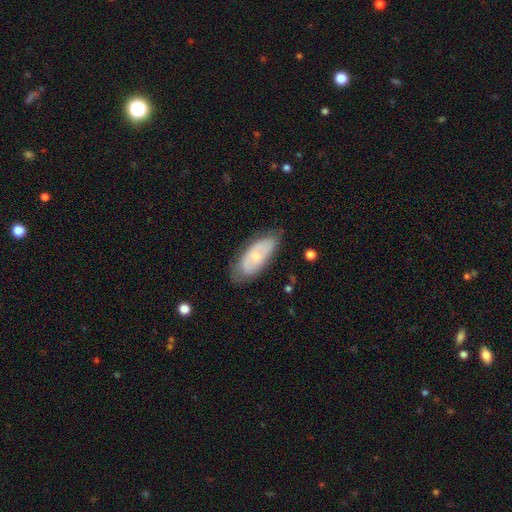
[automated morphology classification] Smooth or featured?
  - smooth: 52% *
  - featured or disk: 42%
  - star or artifact: 6%
How rounded?
  - in between: 83% *
  - cigar-shaped: 15%
  - round: 2%
Merging?
  - none: 71% *
  - minor disturbance: 22%
  - major disturbance: 5%
  - merger: 2%